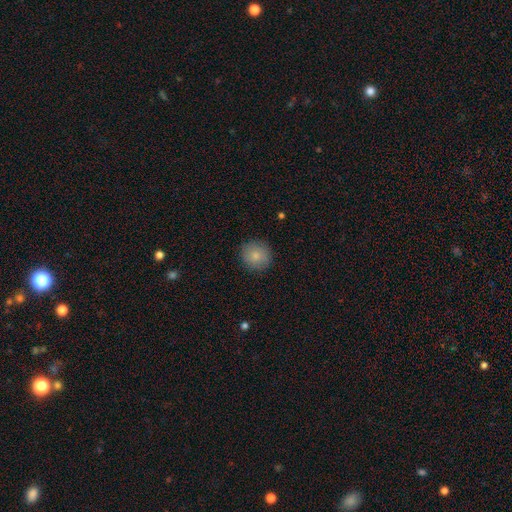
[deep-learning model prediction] Smooth or featured?
  - smooth: 83% *
  - featured or disk: 9%
  - star or artifact: 8%
How rounded?
  - round: 92% *
  - in between: 7%
  - cigar-shaped: 1%
Merging?
  - none: 88% *
  - minor disturbance: 9%
  - major disturbance: 2%
  - merger: 1%